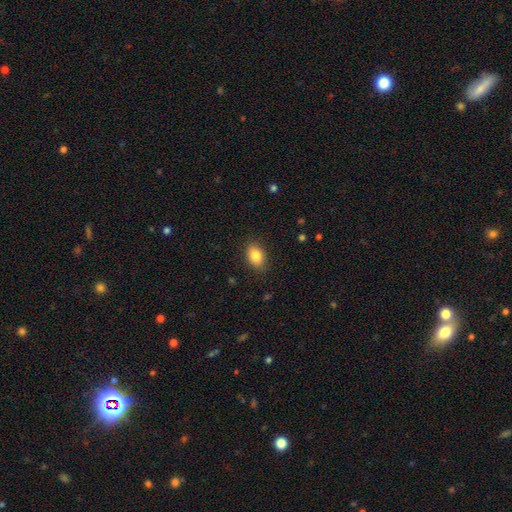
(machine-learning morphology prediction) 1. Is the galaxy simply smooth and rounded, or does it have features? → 85% smooth, 8% star or artifact, 7% featured or disk.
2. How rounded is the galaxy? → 83% in between, 16% round, 1% cigar-shaped.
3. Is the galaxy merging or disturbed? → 86% none, 10% minor disturbance, 3% major disturbance, 1% merger.